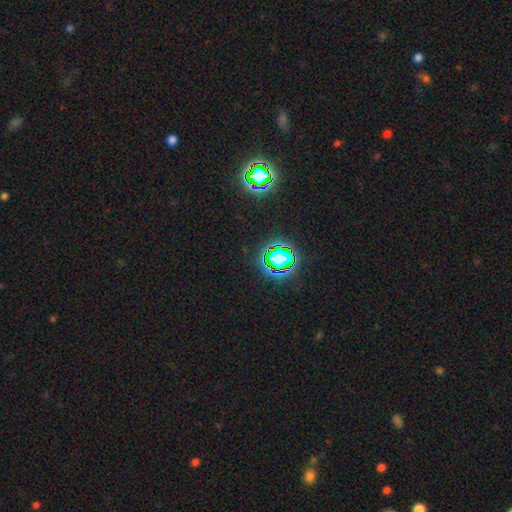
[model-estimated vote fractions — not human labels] smooth_or_featured: star or artifact (p=0.79) [alt: smooth p=0.15]